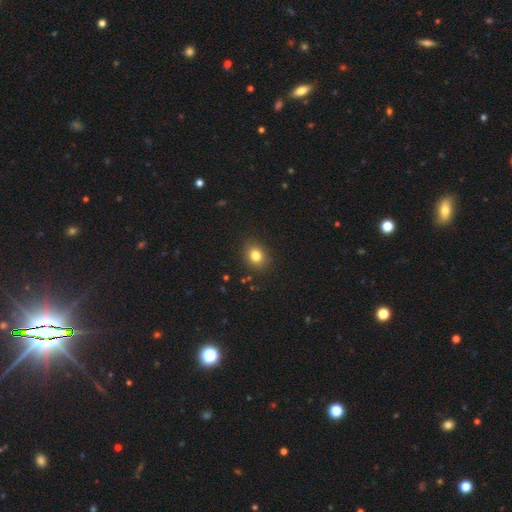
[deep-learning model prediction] Q: Smooth or featured?
A: smooth (82%); runner-up: star or artifact (12%)
Q: How rounded?
A: round (59%); runner-up: in between (40%)
Q: Merging?
A: none (87%); runner-up: minor disturbance (9%)